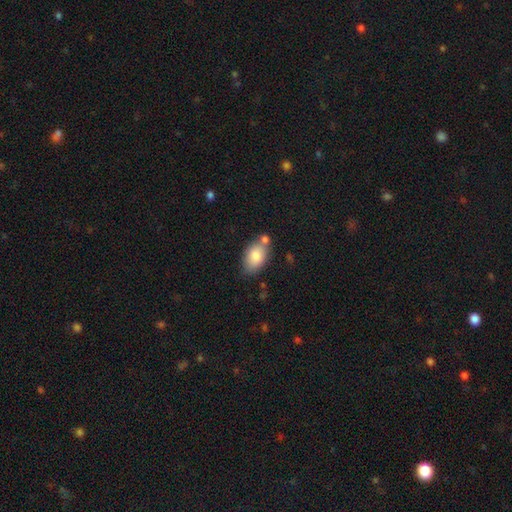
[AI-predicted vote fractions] Morphology: type=smooth (81%); roundness=in between (91%); merging=none (63%).